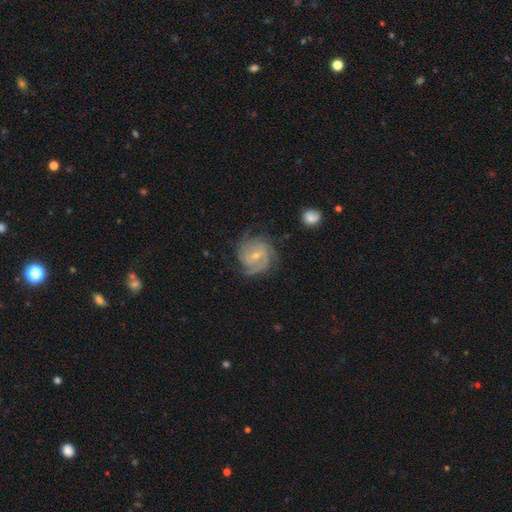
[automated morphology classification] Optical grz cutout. It shows a featured or disk galaxy (85%) with no bar (49%), 3 (35%) tight (60%) spiral arms (96%) and a small central bulge (58%). Merging: none (72%).